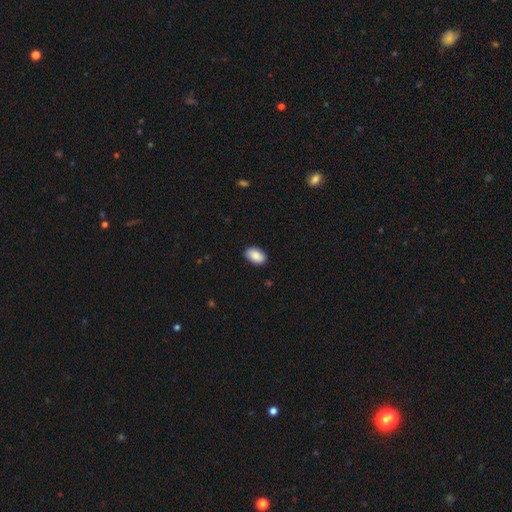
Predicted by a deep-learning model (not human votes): The model was most divided on "merging": none: 88%, minor disturbance: 9%, major disturbance: 2%, merger: 1%. More confident: how rounded — in between (93%); smooth or featured — smooth (87%).